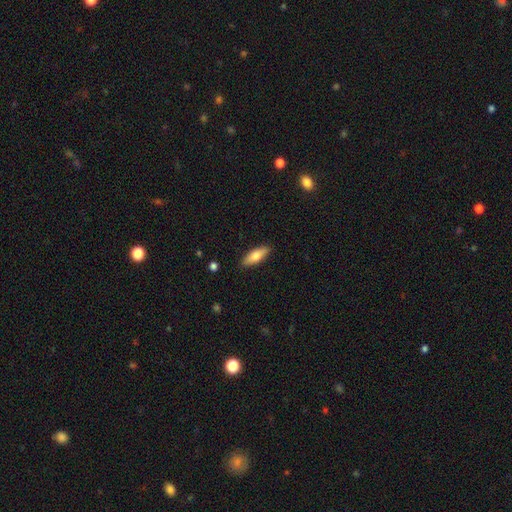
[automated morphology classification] type=smooth (72%); roundness=in between (58%); merging=none (88%).